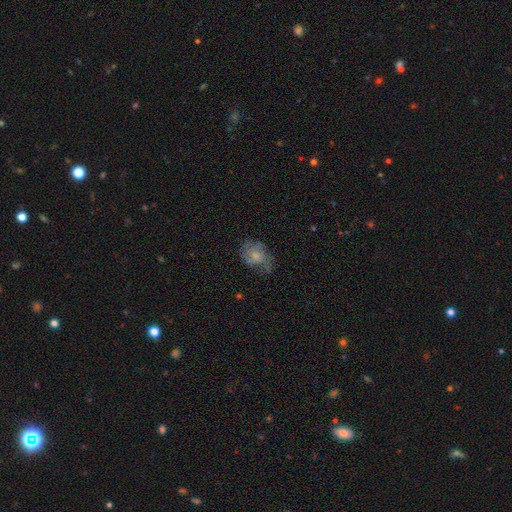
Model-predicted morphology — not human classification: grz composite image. It shows a smooth galaxy with no disk features (55%) that is in between round and cigar-shaped (56%). Merging: none (40%).